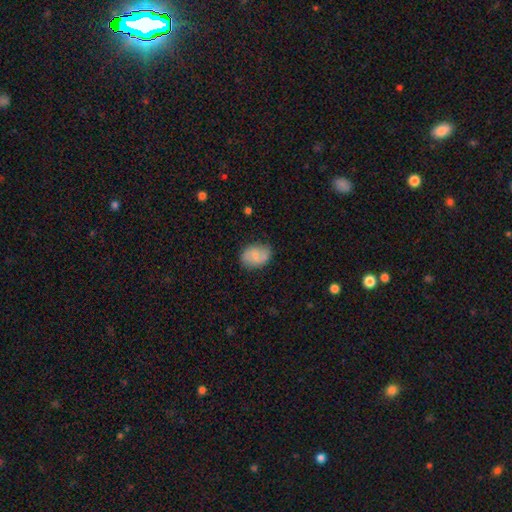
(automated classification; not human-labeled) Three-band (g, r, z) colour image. It shows a smooth galaxy with no disk features (57%) that is in between round and cigar-shaped (71%). Merging: none (77%).